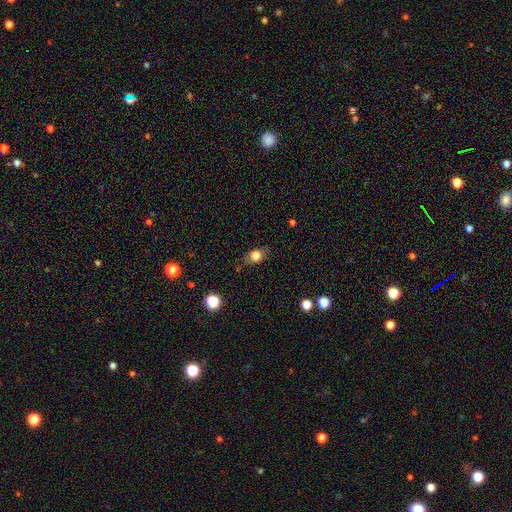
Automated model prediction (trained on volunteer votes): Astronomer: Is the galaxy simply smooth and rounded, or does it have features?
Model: smooth — 78%.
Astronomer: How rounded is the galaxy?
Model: in between — 51% (runner-up: round, 46%).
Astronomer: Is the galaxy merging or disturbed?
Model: none — 73%.